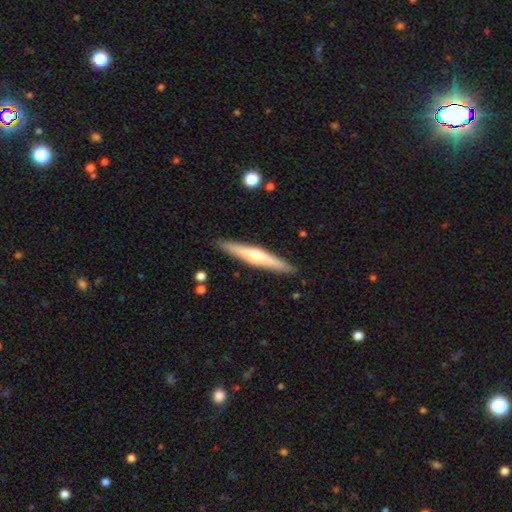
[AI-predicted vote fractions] Smooth or featured?
  - featured or disk: 63% *
  - smooth: 32%
  - star or artifact: 5%
Edge-on disk?
  - yes: 97% *
  - no: 3%
Edge-on bulge?
  - rounded: 88% *
  - none: 8%
  - boxy: 4%
Merging?
  - none: 91% *
  - minor disturbance: 7%
  - major disturbance: 1%
  - merger: 1%